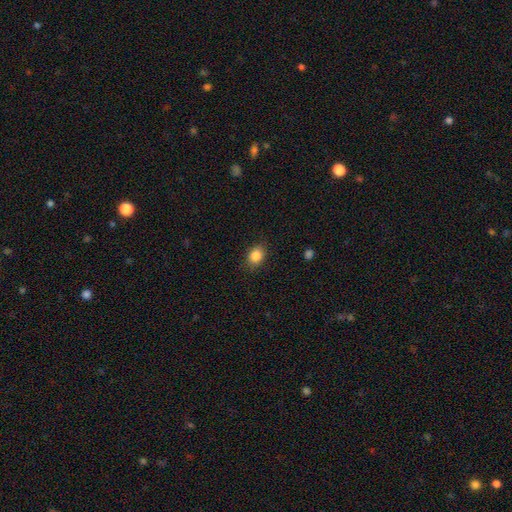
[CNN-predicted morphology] Smooth or featured? smooth (86%)
How rounded? in between (61%)
Merging? none (85%)